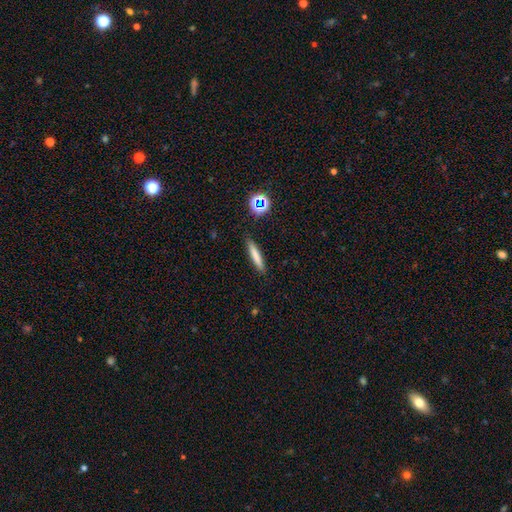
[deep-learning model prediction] Morphology: type=smooth (76%); roundness=cigar-shaped (91%); merging=none (88%).